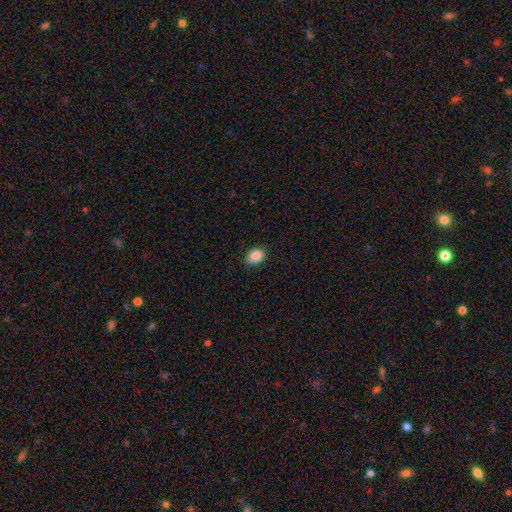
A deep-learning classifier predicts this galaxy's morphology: smooth_or_featured: smooth (p=0.88) [alt: star or artifact p=0.08]
how_rounded: in between (p=0.69) [alt: round p=0.30]
merging: none (p=0.85) [alt: minor disturbance p=0.12]